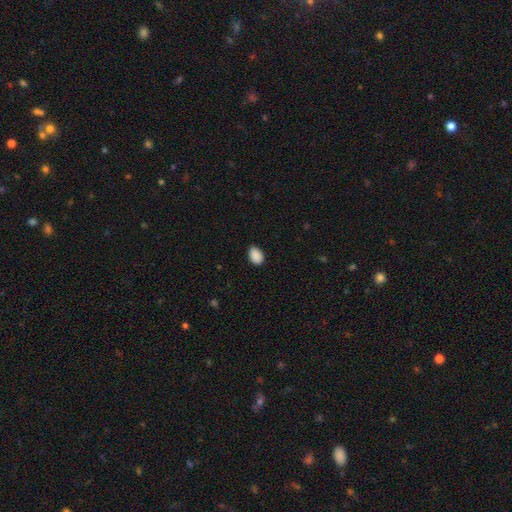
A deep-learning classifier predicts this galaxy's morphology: The model was most divided on "how rounded": in between: 83%, round: 16%, cigar-shaped: 1%. More confident: smooth or featured — smooth (90%); merging — none (82%).